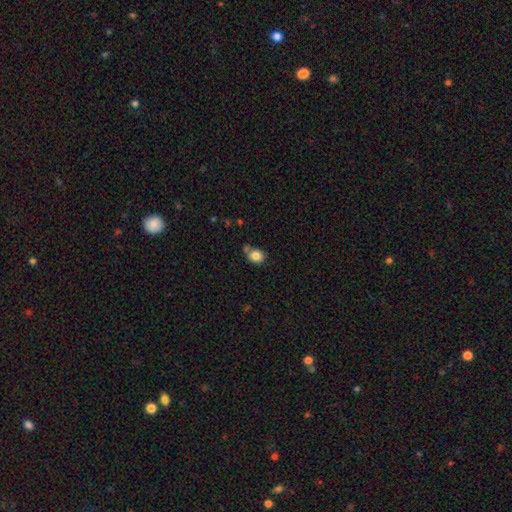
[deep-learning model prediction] A smooth galaxy with no disk features (83%) that is round (57%). Merging: none (56%).